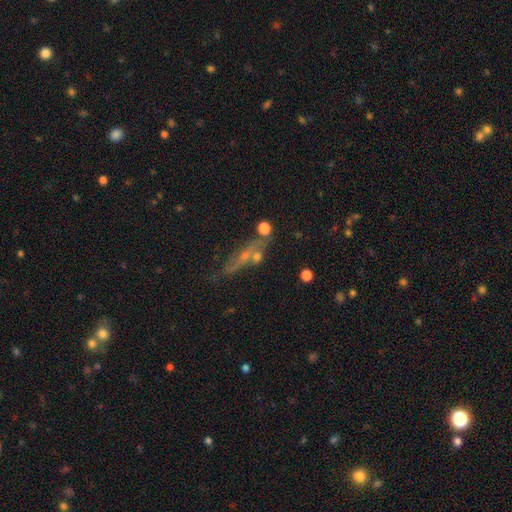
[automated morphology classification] type=star or artifact (37%).